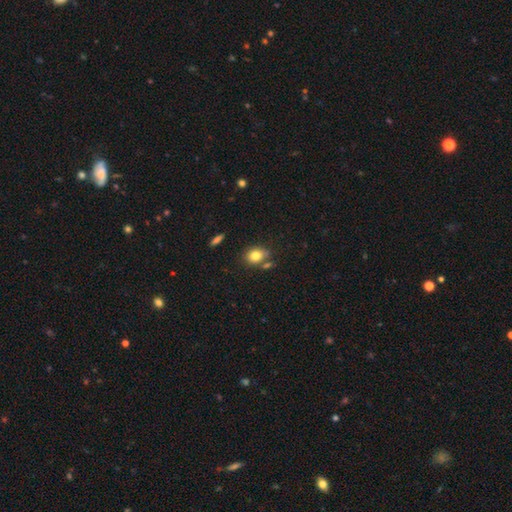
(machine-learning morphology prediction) This is clearly a smooth galaxy (81%). How rounded: likely in between (64%). Merging: likely none (66%).